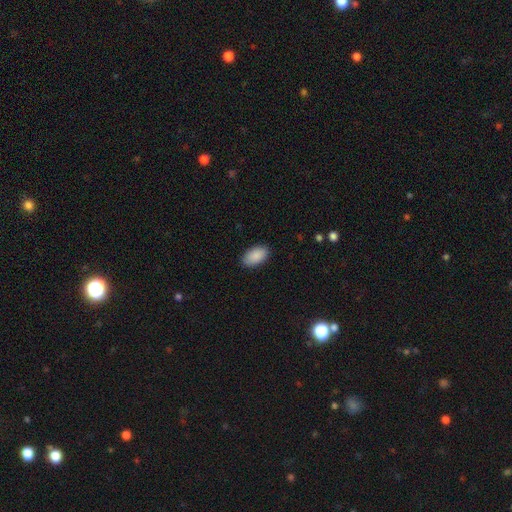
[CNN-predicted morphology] Smooth or featured? Predicted: smooth (p=0.90). How rounded? Predicted: in between (p=0.95). Merging? Predicted: none (p=0.89).